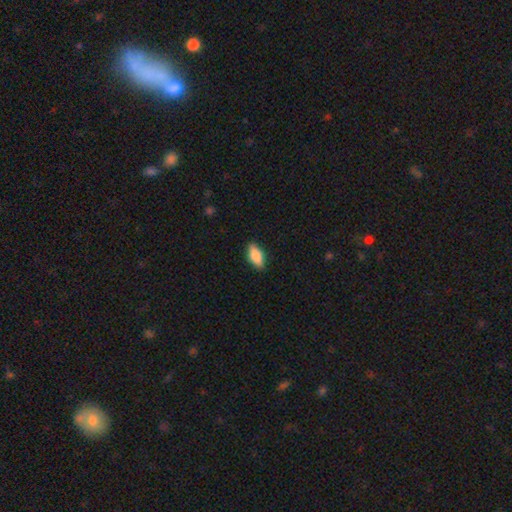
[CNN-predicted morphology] A smooth galaxy with no disk features (78%) that is in between round and cigar-shaped (84%). Merging: none (87%).